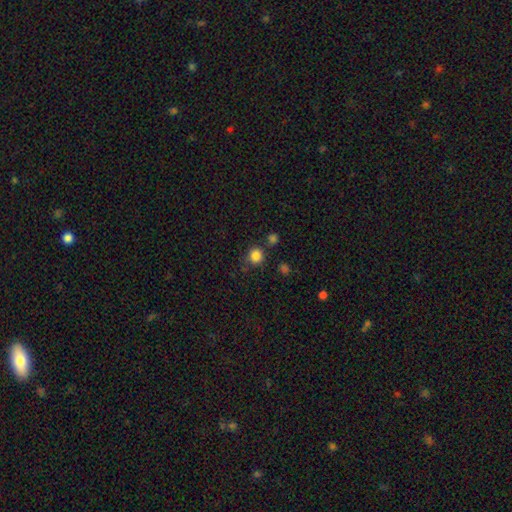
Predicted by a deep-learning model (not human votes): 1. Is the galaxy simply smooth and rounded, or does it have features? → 84% smooth, 12% star or artifact, 4% featured or disk.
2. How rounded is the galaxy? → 90% round, 9% in between, 1% cigar-shaped.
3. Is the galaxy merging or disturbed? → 77% none, 11% minor disturbance, 8% merger, 4% major disturbance.